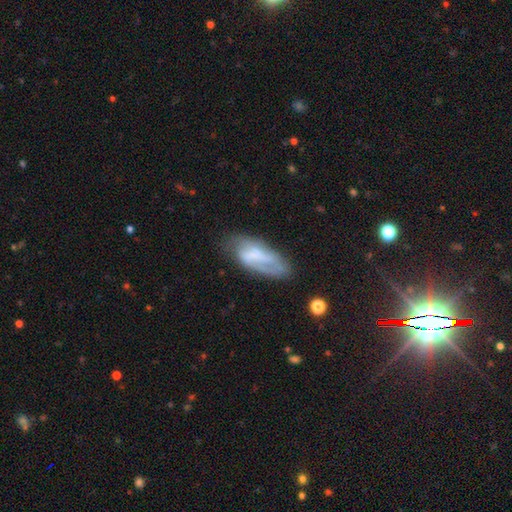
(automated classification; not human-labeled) Smooth or featured? featured or disk (50%)
Edge-on disk? no (90%)
Merging? none (53%)